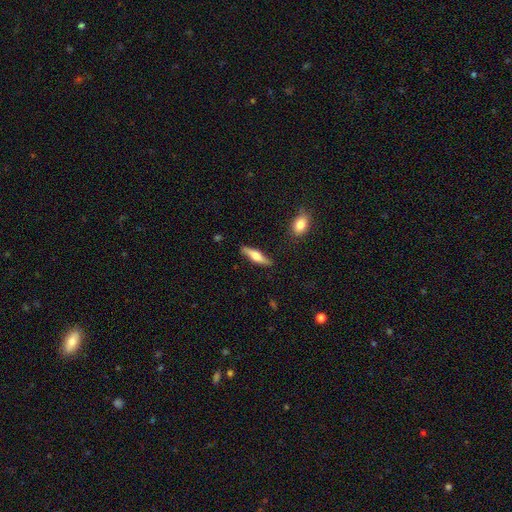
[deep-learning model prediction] Smooth or featured? smooth (52%)
How rounded? cigar-shaped (72%)
Merging? none (86%)